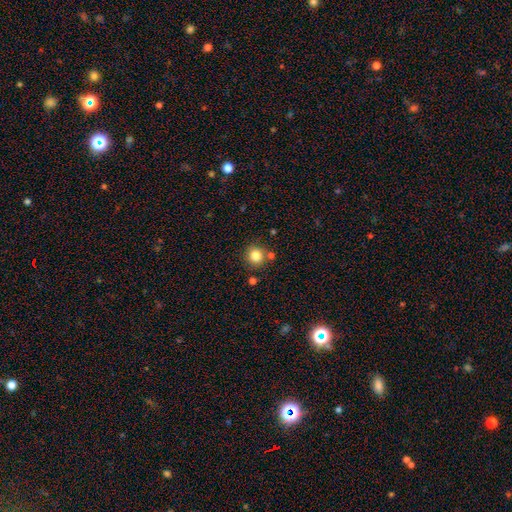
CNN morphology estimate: Smooth or featured? smooth (82%)
How rounded? round (91%)
Merging? none (81%)